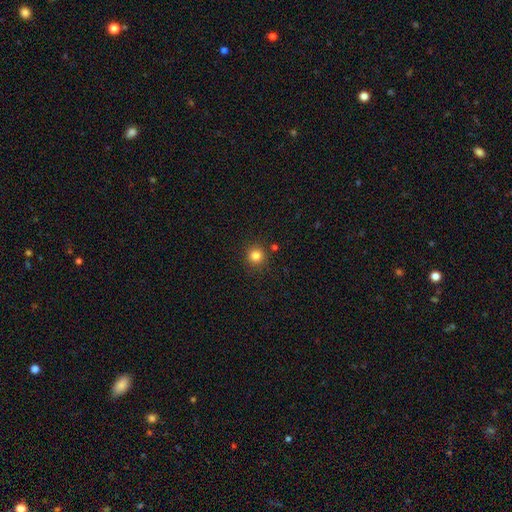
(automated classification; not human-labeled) This is clearly a smooth galaxy (83%). How rounded: clearly round (93%). Merging: clearly none (88%).